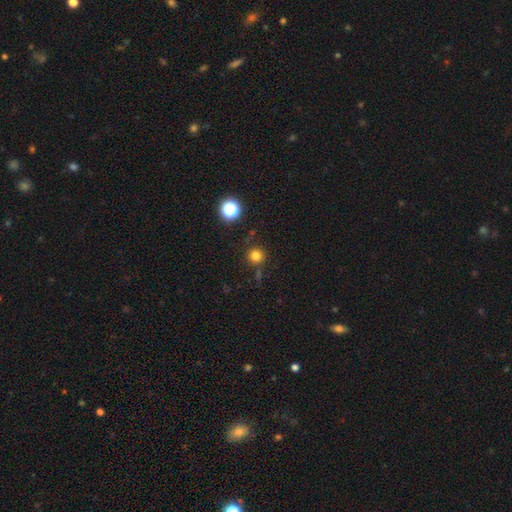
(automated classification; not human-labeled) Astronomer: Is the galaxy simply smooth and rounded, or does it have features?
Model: smooth — 77%.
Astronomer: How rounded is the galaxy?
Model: round — 95%.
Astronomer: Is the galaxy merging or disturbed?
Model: none — 84%.